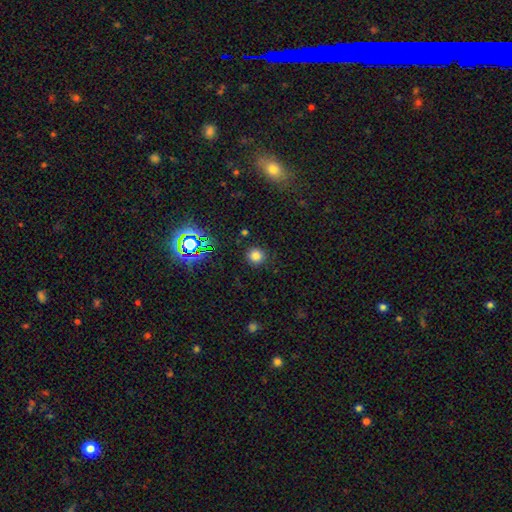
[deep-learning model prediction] Smooth or featured?
  - smooth: 75% *
  - star or artifact: 19%
  - featured or disk: 6%
How rounded?
  - round: 92% *
  - in between: 7%
  - cigar-shaped: 1%
Merging?
  - none: 86% *
  - minor disturbance: 9%
  - major disturbance: 3%
  - merger: 2%